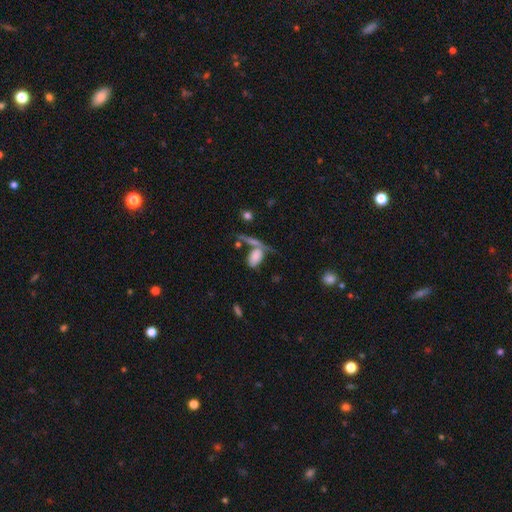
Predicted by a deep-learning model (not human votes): smooth-or-featured: smooth: 77% | featured or disk: 13% | star or artifact: 10%
  how-rounded: in between: 86% | round: 9% | cigar-shaped: 5%
  merging: none: 41% | merger: 33% | minor disturbance: 14% | major disturbance: 12%